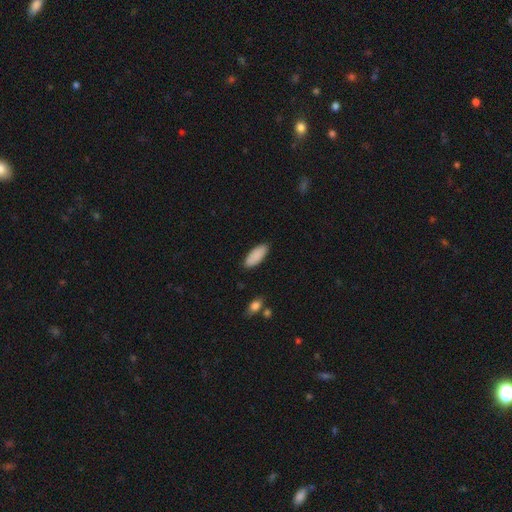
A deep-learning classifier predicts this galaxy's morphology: type=smooth (89%); roundness=in between (84%); merging=none (85%).